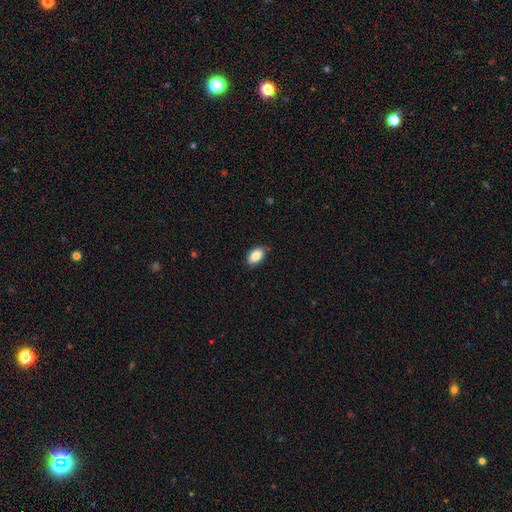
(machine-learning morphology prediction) A smooth galaxy with no disk features (86%) that is in between round and cigar-shaped (90%).

Vote fractions:
- Smooth or featured? smooth: 86% / star or artifact: 7% / featured or disk: 7%
- How rounded? in between: 90% / round: 8% / cigar-shaped: 2%
- Merging? none: 77% / minor disturbance: 19% / major disturbance: 3% / merger: 1%